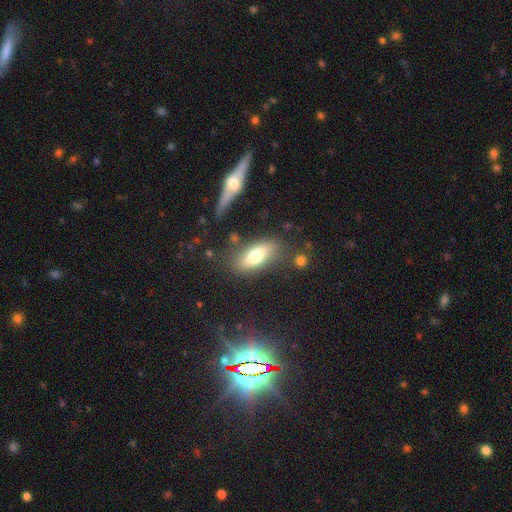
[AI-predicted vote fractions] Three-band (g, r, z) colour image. It shows a smooth galaxy with no disk features (72%) that is in between round and cigar-shaped (79%). Merging: none (74%).